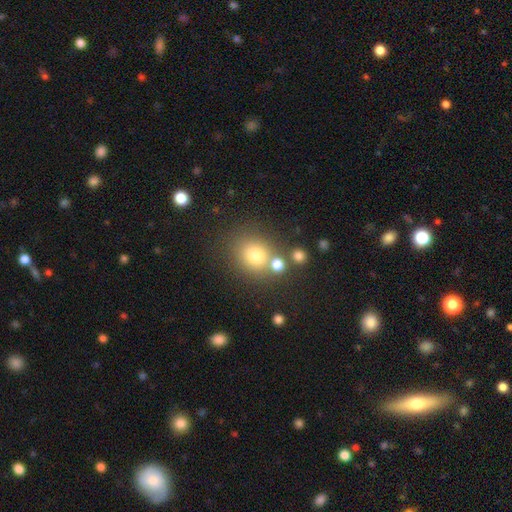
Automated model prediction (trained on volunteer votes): smooth_or_featured: smooth (p=0.74) [alt: star or artifact p=0.15]
how_rounded: round (p=0.79) [alt: in between p=0.20]
merging: none (p=0.68) [alt: merger p=0.17]